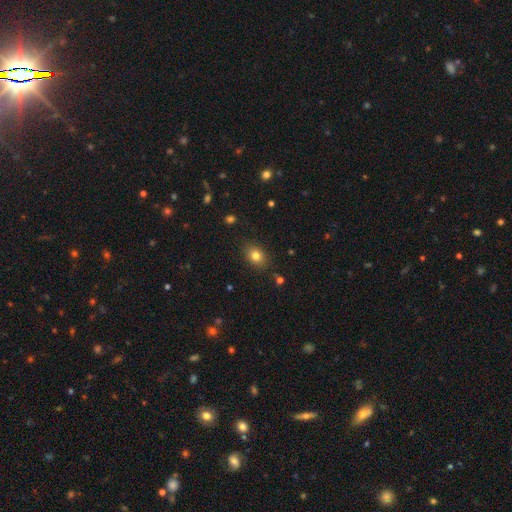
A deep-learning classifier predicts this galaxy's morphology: A smooth galaxy with no disk features (81%) that is in between round and cigar-shaped (64%). Merging: none (85%).